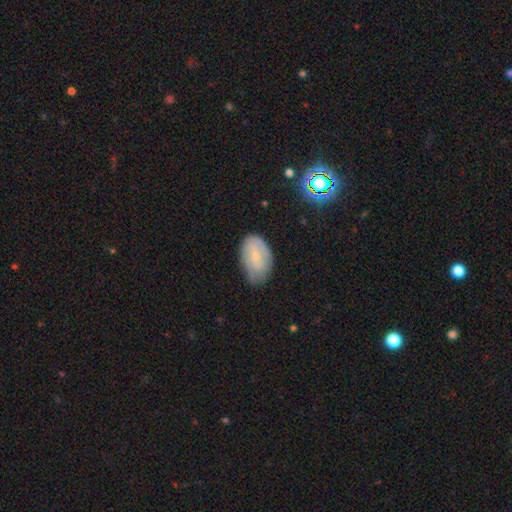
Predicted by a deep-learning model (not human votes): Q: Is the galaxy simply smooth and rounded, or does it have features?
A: smooth — 48%.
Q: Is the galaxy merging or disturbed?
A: none — 63%.